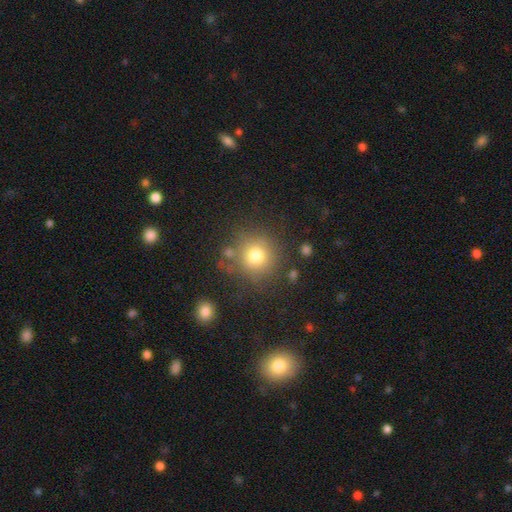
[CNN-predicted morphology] smooth_or_featured: smooth (p=0.76) [alt: star or artifact p=0.14]
how_rounded: round (p=0.91) [alt: in between p=0.08]
merging: none (p=0.77) [alt: minor disturbance p=0.12]